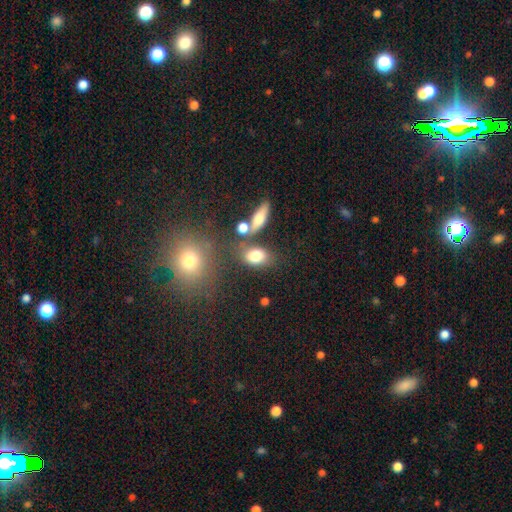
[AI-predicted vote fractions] A smooth galaxy with no disk features (78%) that is in between round and cigar-shaped (77%).

Vote fractions:
- Smooth or featured? smooth: 78% / featured or disk: 12% / star or artifact: 11%
- How rounded? in between: 77% / round: 20% / cigar-shaped: 3%
- Merging? none: 61% / merger: 18% / minor disturbance: 15% / major disturbance: 6%